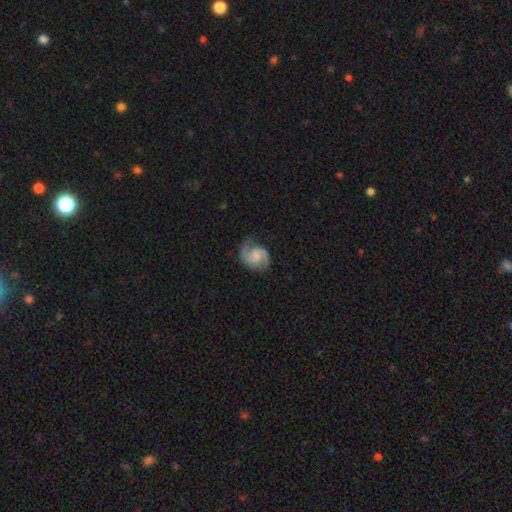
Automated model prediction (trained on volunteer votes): A featured or disk galaxy (88%) with no bar (47%), 2 (92%) medium (56%) spiral arms (98%) and no central bulge (39%).

Vote fractions:
- Smooth or featured? featured or disk: 88% / smooth: 8% / star or artifact: 5%
- Edge-on disk? no: 98% / yes: 2%
- Bar? no: 47% / weak: 45% / strong: 9%
- Spiral arms? yes: 98% / no: 2%
- Spiral winding? medium: 56% / tight: 25% / loose: 18%
- Spiral arm count? 2: 92% / 1: 3% / can't tell: 2% / 3: 1% / 4: 1% / more than 4: 1%
- Bulge size? none: 39% / small: 29% / moderate: 25% / large: 5% / dominant: 1%
- Merging? none: 78% / minor disturbance: 15% / major disturbance: 5% / merger: 1%